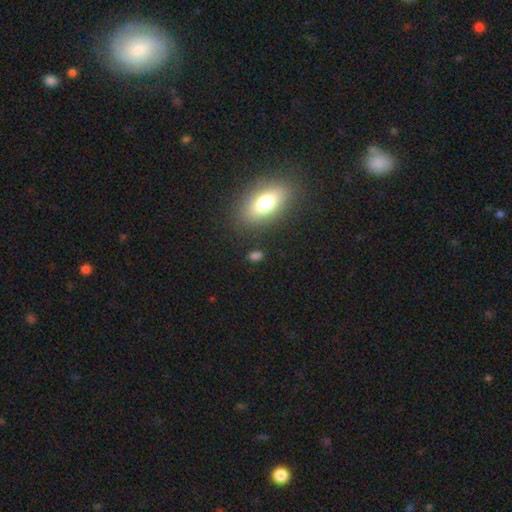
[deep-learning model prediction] The model was most divided on "smooth or featured": smooth: 74%, star or artifact: 16%, featured or disk: 9%. More confident: merging — none (76%); how rounded — in between (75%).